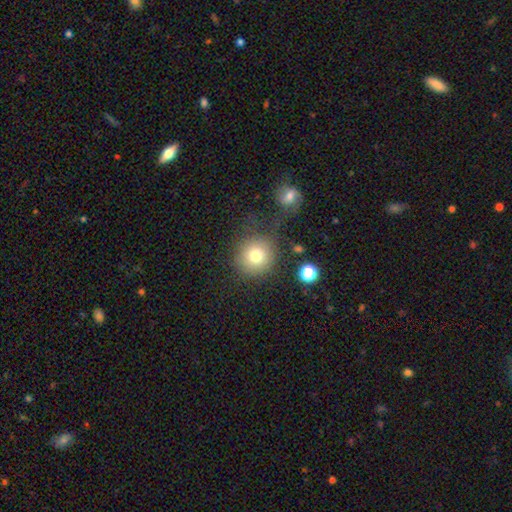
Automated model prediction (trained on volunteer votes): Morphology: type=smooth (78%); roundness=round (91%); merging=none (74%).